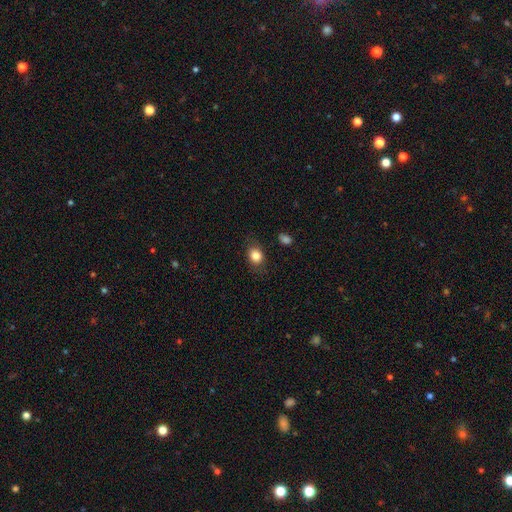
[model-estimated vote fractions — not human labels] smooth 83%, star or artifact 9%, featured or disk 8%. Down the decision tree: how rounded — in between (52%); merging — none (79%).